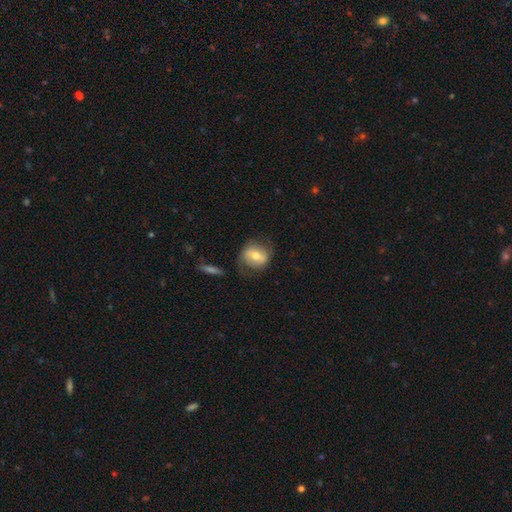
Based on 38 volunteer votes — Smooth or featured? featured or disk (55%)
Edge-on disk? no (90%)
Bar? weak (37%)
Spiral arms? yes (53%)
Spiral winding? tight (50%)
Spiral arm count? 2 (60%)
Bulge size? moderate (84%)
Merging? none (56%)